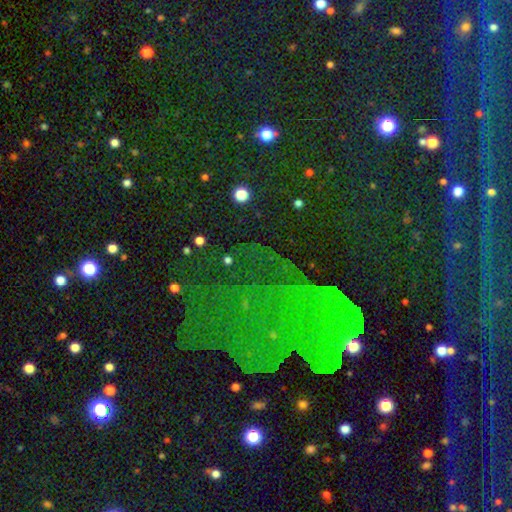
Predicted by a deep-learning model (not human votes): A star or artifact, not a galaxy (74%).

Vote fractions:
- Smooth or featured? star or artifact: 74% / smooth: 14% / featured or disk: 12%